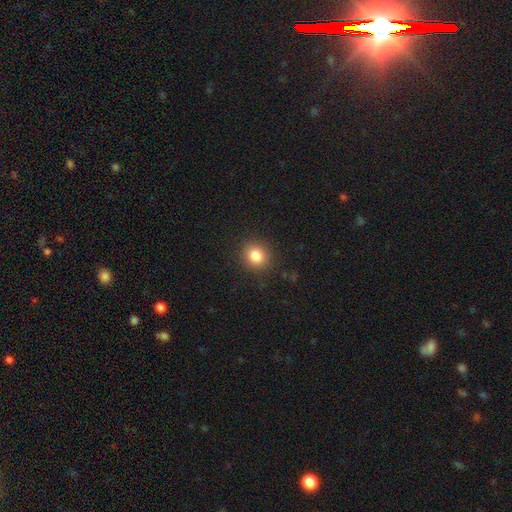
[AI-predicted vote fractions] A smooth galaxy with no disk features (84%) that is round (85%). Merging: none (89%).